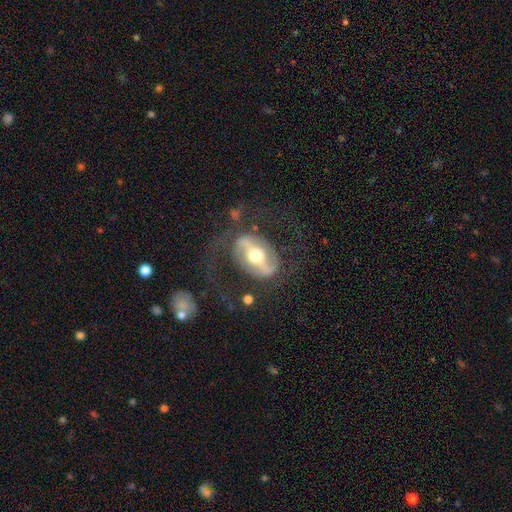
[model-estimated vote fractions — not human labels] smooth-or-featured: featured or disk: 77% | smooth: 17% | star or artifact: 5%
  disk-edge-on: no: 92% | yes: 8%
    bar: strong: 64% | weak: 22% | no: 14%
    has-spiral-arms: yes: 66% | no: 34%
    bulge-size: moderate: 71% | large: 16% | small: 10% | dominant: 2% | none: 1%
  merging: none: 64% | major disturbance: 19% | minor disturbance: 15% | merger: 2%